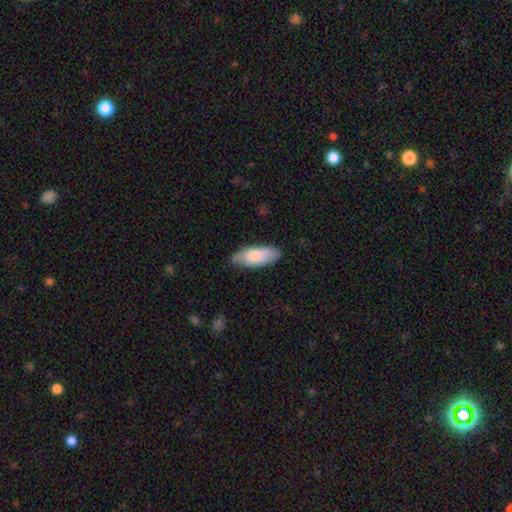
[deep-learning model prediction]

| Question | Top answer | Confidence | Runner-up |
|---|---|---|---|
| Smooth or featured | smooth | 77% | featured or disk (17%) |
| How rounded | in between | 81% | cigar-shaped (17%) |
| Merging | none | 74% | minor disturbance (22%) |